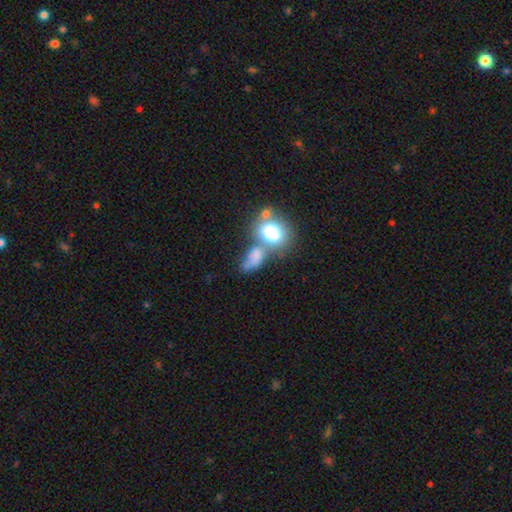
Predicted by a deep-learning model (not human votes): This is likely a smooth galaxy (71%). How rounded: likely in between (71%). Merging: possibly merger (53%).